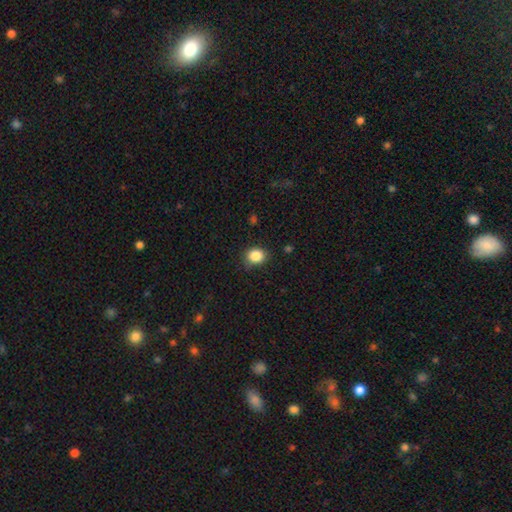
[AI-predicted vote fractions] Smooth or featured?
  - smooth: 85% *
  - star or artifact: 10%
  - featured or disk: 4%
How rounded?
  - round: 65% *
  - in between: 34%
  - cigar-shaped: 1%
Merging?
  - none: 80% *
  - minor disturbance: 16%
  - major disturbance: 3%
  - merger: 1%